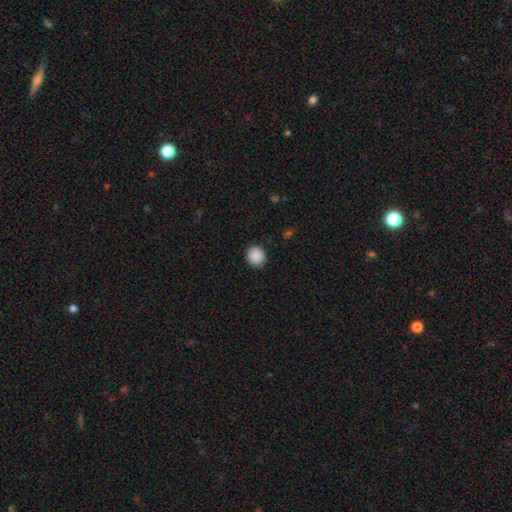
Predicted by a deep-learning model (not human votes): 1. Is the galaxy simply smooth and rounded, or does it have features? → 89% smooth, 8% star or artifact, 3% featured or disk.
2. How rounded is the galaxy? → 86% round, 14% in between, 1% cigar-shaped.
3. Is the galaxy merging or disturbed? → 92% none, 5% minor disturbance, 2% major disturbance, 1% merger.